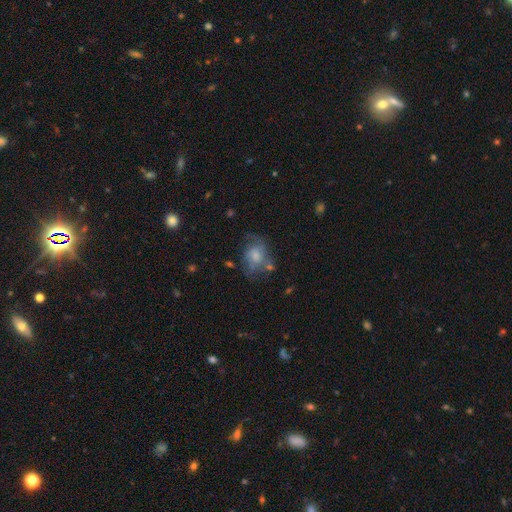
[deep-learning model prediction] Smooth or featured? Predicted: featured or disk (p=0.53). Edge-on disk? Predicted: no (p=0.97). Bar? Predicted: no (p=0.70). Spiral arms? Predicted: yes (p=0.68). Bulge size? Predicted: small (p=0.37, tied with moderate). Merging? Predicted: none (p=0.43).